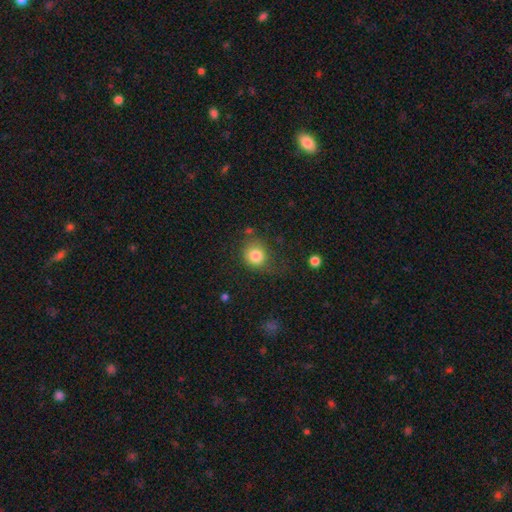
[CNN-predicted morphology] smooth 82%, star or artifact 10%, featured or disk 8%. Down the decision tree: how rounded — round (81%); merging — none (62%).